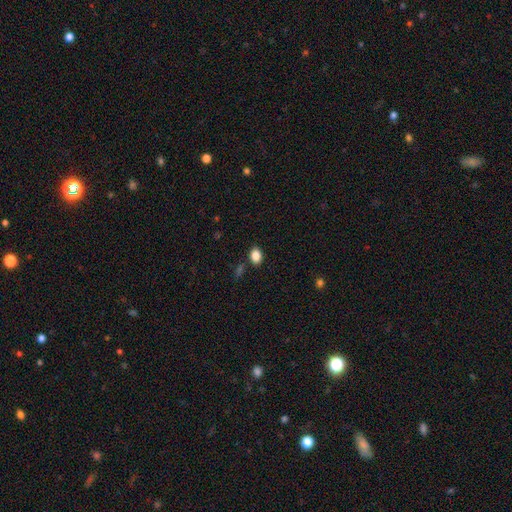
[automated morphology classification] The model was most divided on "how rounded": in between: 73%, round: 26%, cigar-shaped: 1%. More confident: smooth or featured — smooth (86%); merging — none (84%).